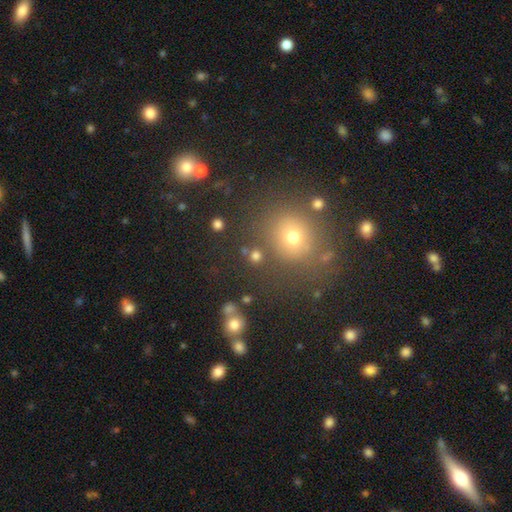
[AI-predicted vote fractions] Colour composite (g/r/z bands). It shows a smooth galaxy with no disk features (74%) that is round (88%). Merging: none (80%).